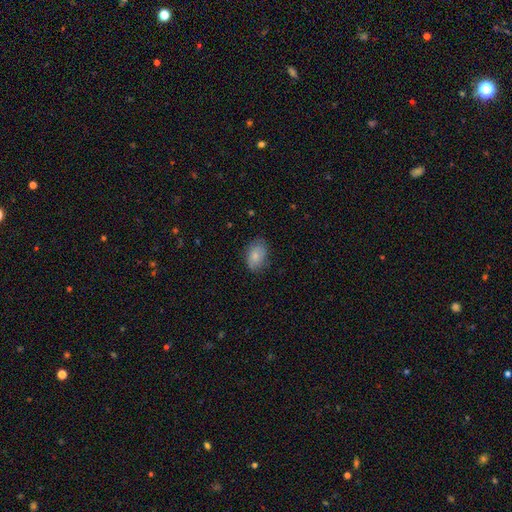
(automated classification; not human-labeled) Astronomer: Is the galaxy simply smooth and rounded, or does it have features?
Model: smooth — 78%.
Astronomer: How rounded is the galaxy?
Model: in between — 86%.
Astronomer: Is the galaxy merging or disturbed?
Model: none — 75%.